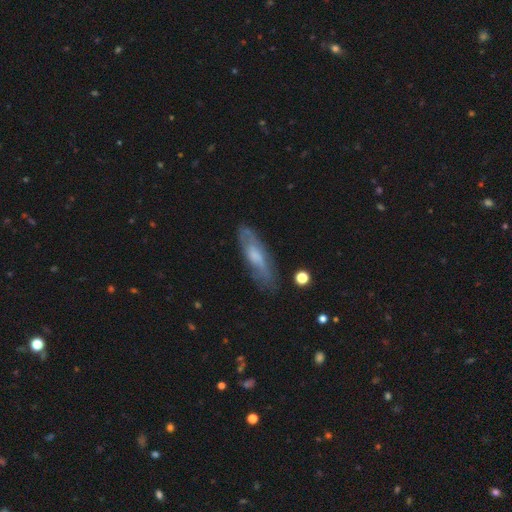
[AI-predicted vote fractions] Morphology: type=featured or disk (51%); edge-on=no (64%); merging=none (72%).